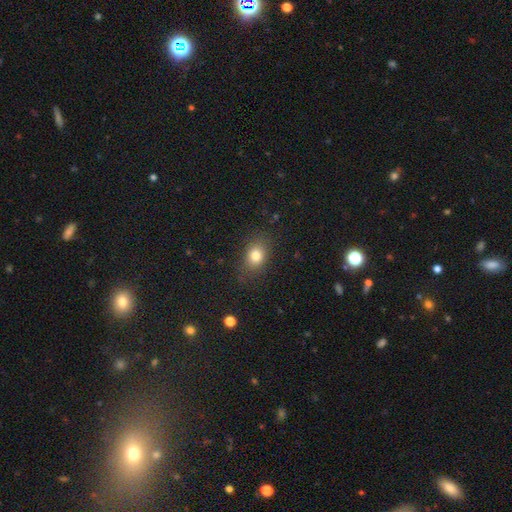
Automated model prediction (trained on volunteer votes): The model was most divided on "how rounded": in between: 63%, round: 35%, cigar-shaped: 2%. More confident: merging — none (81%); smooth or featured — smooth (80%).